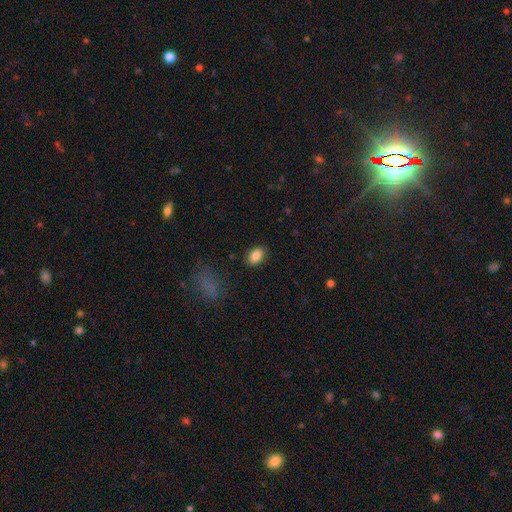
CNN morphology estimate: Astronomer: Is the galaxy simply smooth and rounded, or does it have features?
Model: smooth — 87%.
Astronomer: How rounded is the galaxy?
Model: in between — 84%.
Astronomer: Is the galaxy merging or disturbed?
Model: none — 86%.